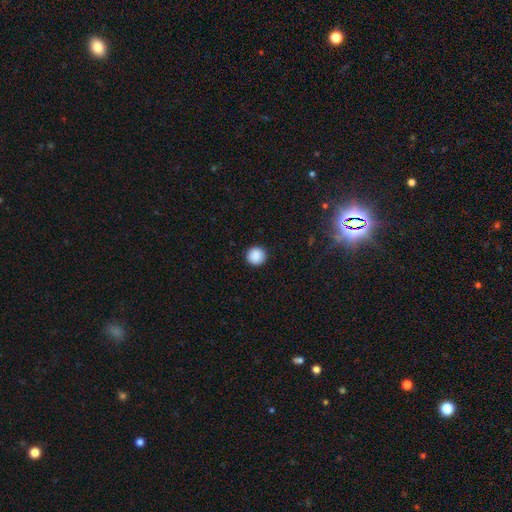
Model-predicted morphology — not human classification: Smooth or featured?
  - smooth: 89% *
  - star or artifact: 8%
  - featured or disk: 2%
How rounded?
  - round: 95% *
  - in between: 4%
  - cigar-shaped: 1%
Merging?
  - none: 93% *
  - minor disturbance: 5%
  - major disturbance: 2%
  - merger: 1%